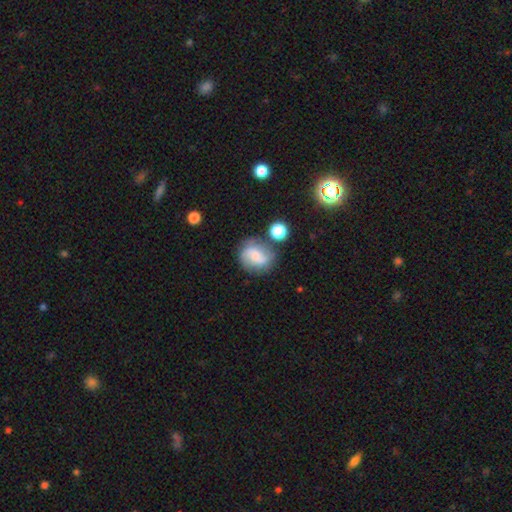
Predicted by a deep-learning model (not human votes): Smooth or featured? Predicted: featured or disk (p=0.47). Merging? Predicted: none (p=0.60).